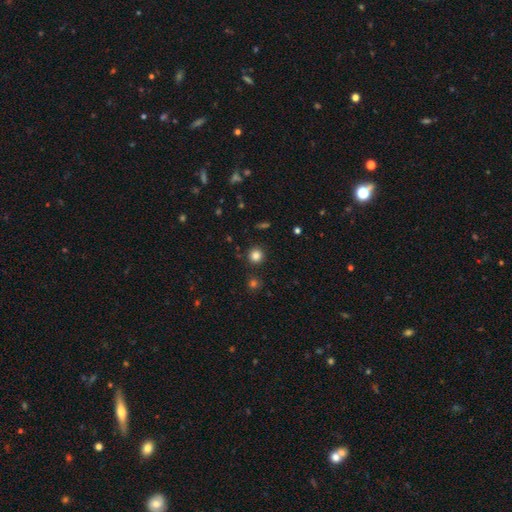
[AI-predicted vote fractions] smooth-or-featured: smooth: 82% | star or artifact: 13% | featured or disk: 5%
  how-rounded: round: 94% | in between: 5% | cigar-shaped: 1%
  merging: none: 90% | minor disturbance: 5% | merger: 2% | major disturbance: 2%